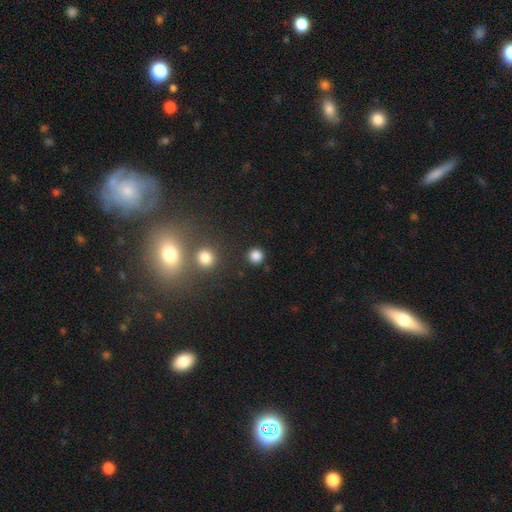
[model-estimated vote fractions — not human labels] Smooth or featured?
  - smooth: 83% *
  - star or artifact: 14%
  - featured or disk: 4%
How rounded?
  - round: 94% *
  - in between: 5%
  - cigar-shaped: 1%
Merging?
  - none: 90% *
  - minor disturbance: 6%
  - major disturbance: 2%
  - merger: 2%